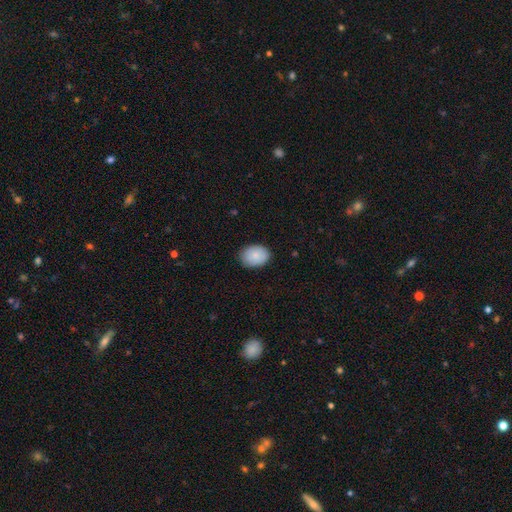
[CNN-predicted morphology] This appears to be a smooth galaxy with no disk features (85%) that is in between round and cigar-shaped (70%). Merging: none (84%).